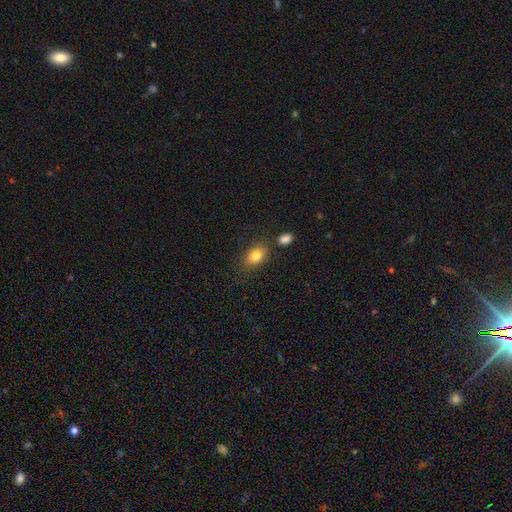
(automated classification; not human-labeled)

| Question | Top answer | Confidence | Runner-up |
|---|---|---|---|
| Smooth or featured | smooth | 82% | star or artifact (9%) |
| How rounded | in between | 77% | round (21%) |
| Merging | none | 74% | minor disturbance (15%) |